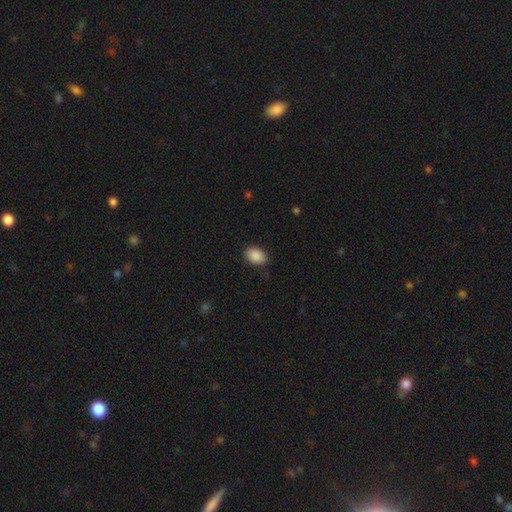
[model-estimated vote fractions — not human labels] smooth 89%, star or artifact 7%, featured or disk 3%. Down the decision tree: how rounded — in between (80%); merging — none (84%).